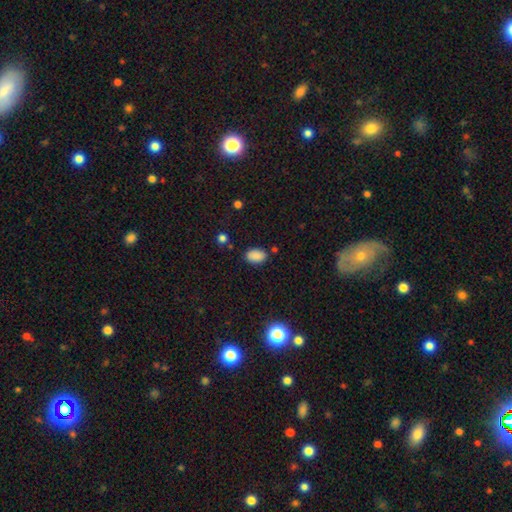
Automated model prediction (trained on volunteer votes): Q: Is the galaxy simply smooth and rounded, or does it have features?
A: smooth — 87%.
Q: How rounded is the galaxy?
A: in between — 90%.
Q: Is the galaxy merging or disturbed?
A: none — 82%.